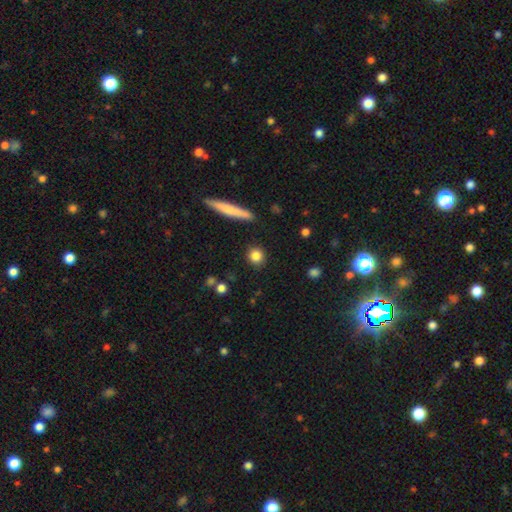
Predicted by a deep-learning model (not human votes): Smooth or featured? Predicted: smooth (p=0.83). How rounded? Predicted: round (p=0.82). Merging? Predicted: none (p=0.89).